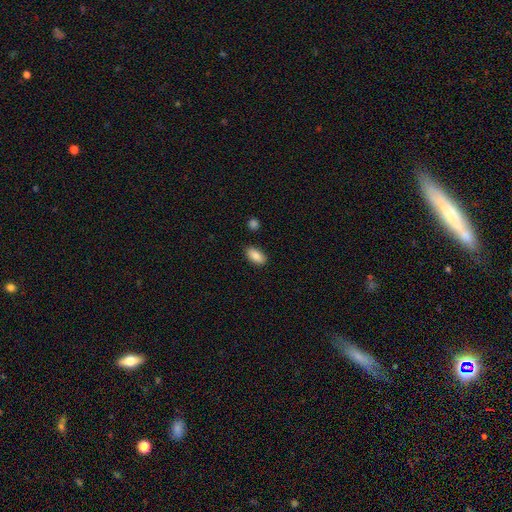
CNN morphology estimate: smooth_or_featured: smooth (p=0.87) [alt: star or artifact p=0.07]
how_rounded: in between (p=0.92) [alt: cigar-shaped p=0.05]
merging: none (p=0.87) [alt: minor disturbance p=0.09]